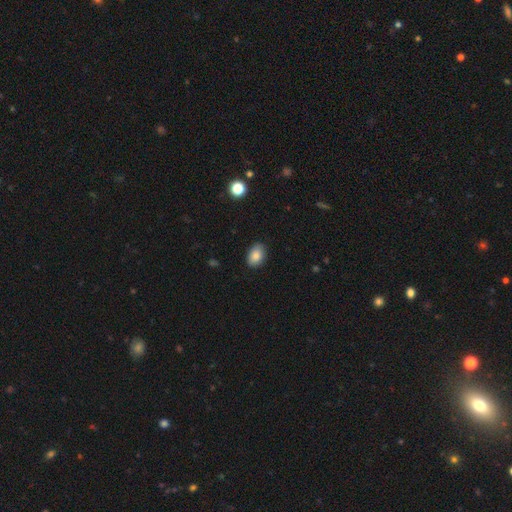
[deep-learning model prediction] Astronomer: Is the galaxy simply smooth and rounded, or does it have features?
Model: smooth — 86%.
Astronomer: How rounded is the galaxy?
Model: in between — 84%.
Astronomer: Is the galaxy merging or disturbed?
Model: none — 87%.